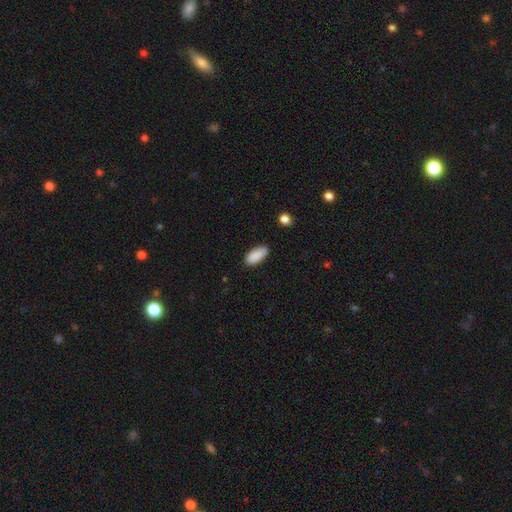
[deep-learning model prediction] A smooth galaxy with no disk features (90%) that is in between round and cigar-shaped (88%). Merging: none (84%).